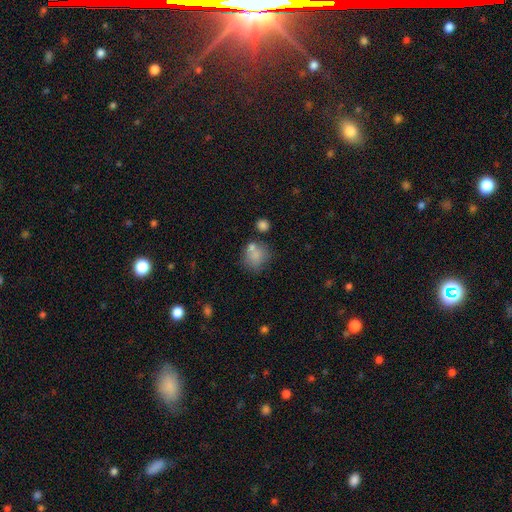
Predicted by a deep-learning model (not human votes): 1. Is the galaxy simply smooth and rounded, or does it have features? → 77% smooth, 12% featured or disk, 11% star or artifact.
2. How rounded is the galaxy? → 74% round, 25% in between, 1% cigar-shaped.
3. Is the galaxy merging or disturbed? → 51% none, 23% merger, 18% minor disturbance, 9% major disturbance.